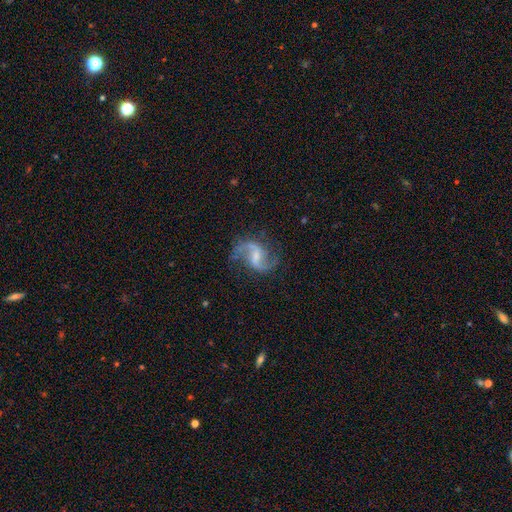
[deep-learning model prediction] A featured or disk galaxy (90%) with a weak bar (53%), 2 (93%) loose (63%) spiral arms (97%) and a small central bulge (50%). Merging: none (76%).